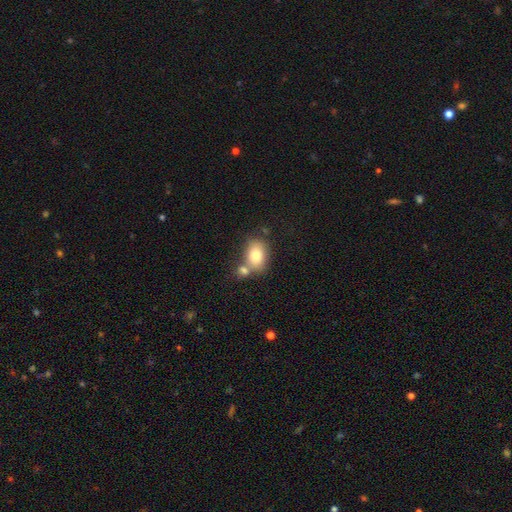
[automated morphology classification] This appears to be a smooth galaxy with no disk features (78%) that is in between round and cigar-shaped (75%). Merging: none (48%).